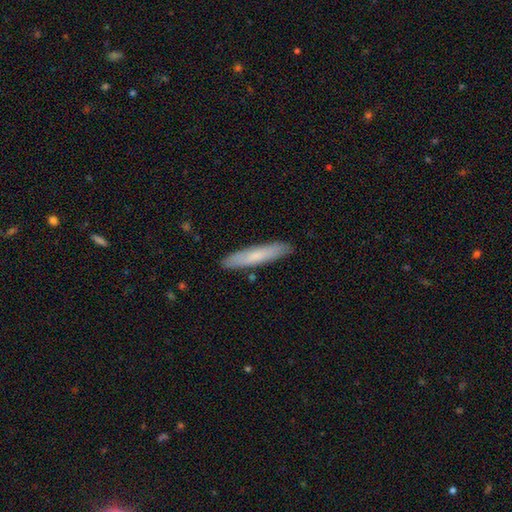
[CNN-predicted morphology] This appears to be a smooth galaxy with no disk features (72%) that is cigar-shaped (89%). Merging: none (89%).